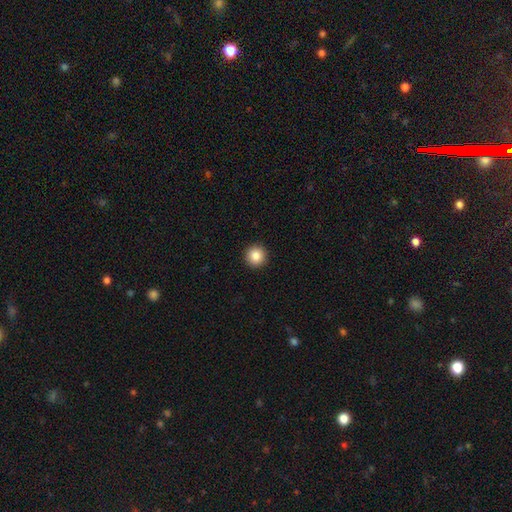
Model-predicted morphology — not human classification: Smooth or featured?
  - smooth: 85% *
  - star or artifact: 10%
  - featured or disk: 5%
How rounded?
  - round: 96% *
  - in between: 3%
  - cigar-shaped: 1%
Merging?
  - none: 94% *
  - minor disturbance: 4%
  - major disturbance: 1%
  - merger: 1%